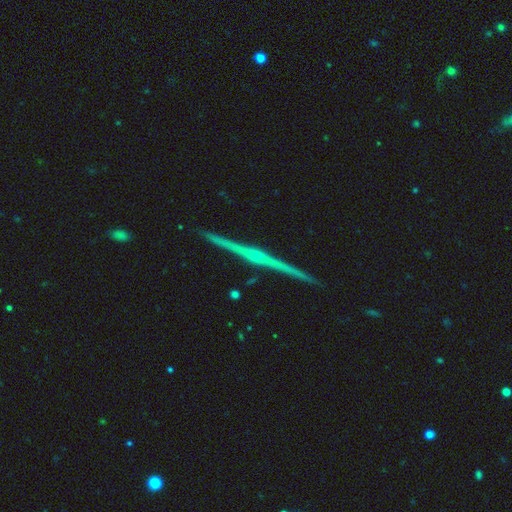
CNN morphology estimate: The model was most divided on "edge-on bulge": rounded: 64%, none: 22%, boxy: 13%. More confident: edge-on disk — yes (99%); merging — none (93%); smooth or featured — featured or disk (87%).